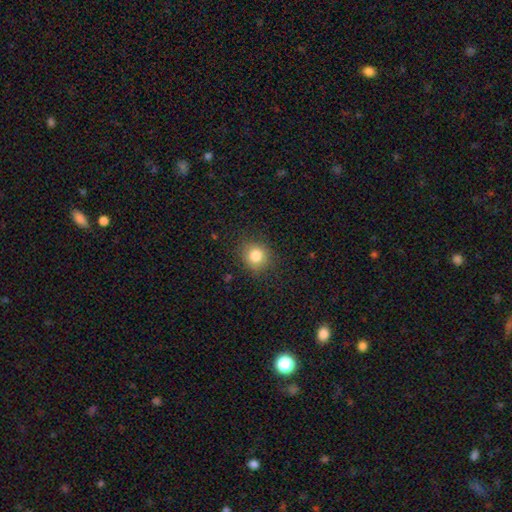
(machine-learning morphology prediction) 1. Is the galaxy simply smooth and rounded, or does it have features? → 82% smooth, 11% star or artifact, 6% featured or disk.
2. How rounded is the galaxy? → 82% round, 17% in between, 1% cigar-shaped.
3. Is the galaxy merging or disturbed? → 86% none, 10% minor disturbance, 3% major disturbance, 1% merger.